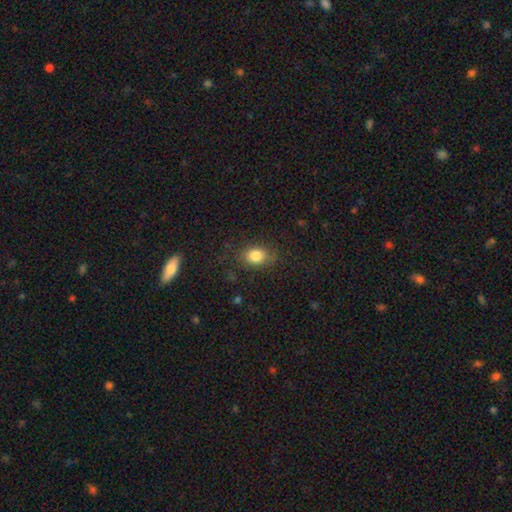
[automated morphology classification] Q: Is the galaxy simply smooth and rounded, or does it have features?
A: smooth — 83%.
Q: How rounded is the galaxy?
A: in between — 64%.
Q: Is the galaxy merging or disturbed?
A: none — 79%.